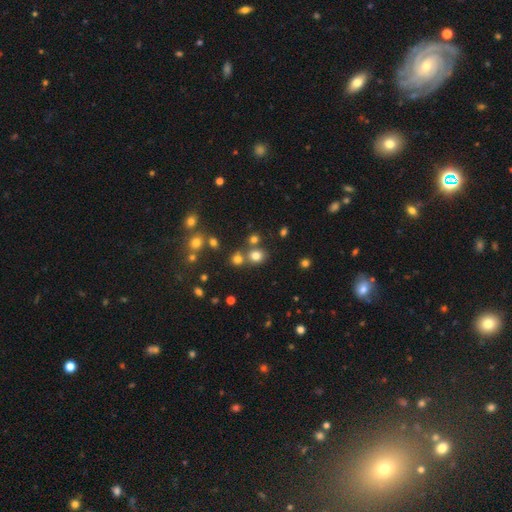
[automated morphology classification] type=smooth (74%); roundness=round (77%); merging=none (68%).